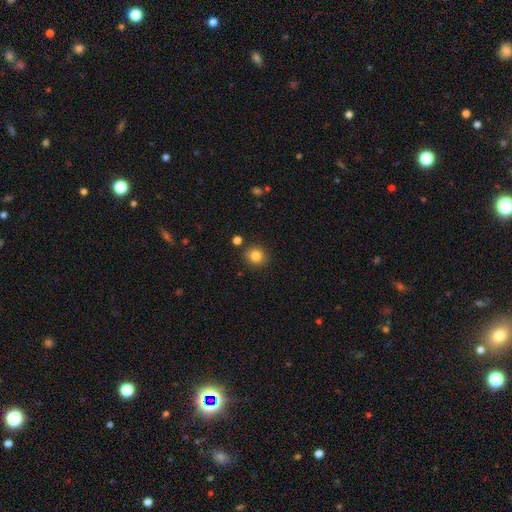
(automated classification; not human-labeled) Overall: smooth (84%). How rounded: round (86%). Merging: none (85%).